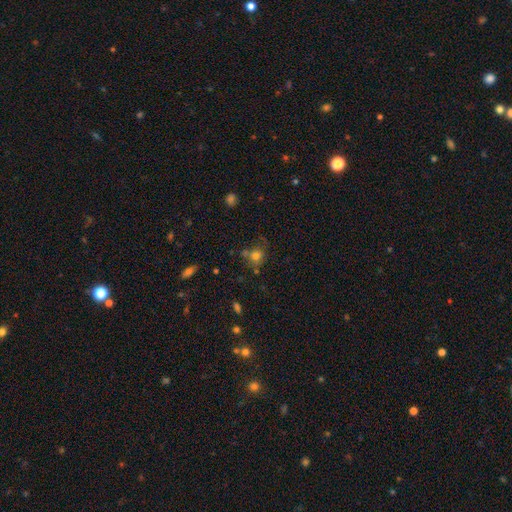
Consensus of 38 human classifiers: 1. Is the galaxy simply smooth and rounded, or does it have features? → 84% smooth, 11% featured or disk, 5% star or artifact.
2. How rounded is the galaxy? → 78% round, 22% in between, 0% cigar-shaped.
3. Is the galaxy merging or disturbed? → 72% none, 14% minor disturbance, 14% merger, 0% major disturbance.